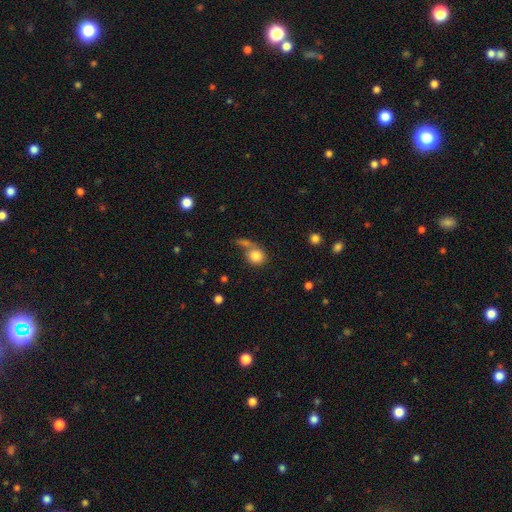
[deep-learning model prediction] This appears to be a smooth galaxy with no disk features (82%) that is round (82%). Merging: none (50%).